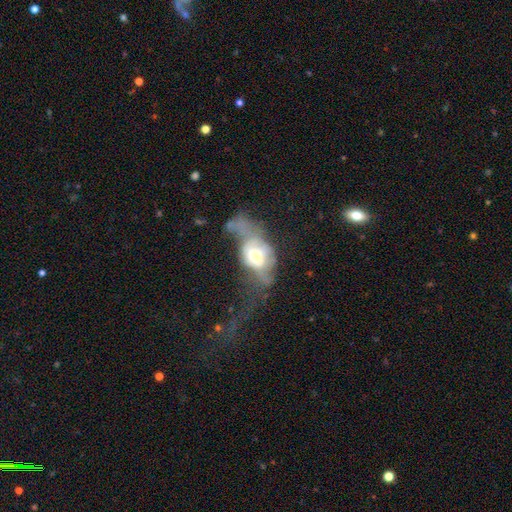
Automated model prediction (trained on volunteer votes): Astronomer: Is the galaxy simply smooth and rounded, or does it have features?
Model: featured or disk — 50% (runner-up: smooth, 42%).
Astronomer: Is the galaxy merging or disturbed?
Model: major disturbance — 59%.